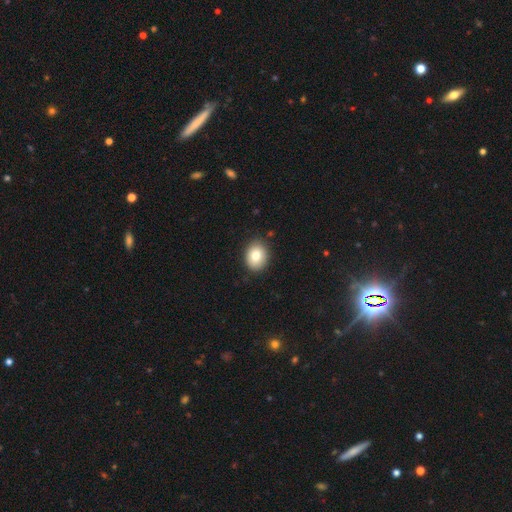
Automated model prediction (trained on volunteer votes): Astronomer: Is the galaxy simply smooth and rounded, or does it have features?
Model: smooth — 79%.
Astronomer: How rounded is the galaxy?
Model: round — 53% (runner-up: in between, 47%).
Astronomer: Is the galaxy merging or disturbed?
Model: none — 87%.